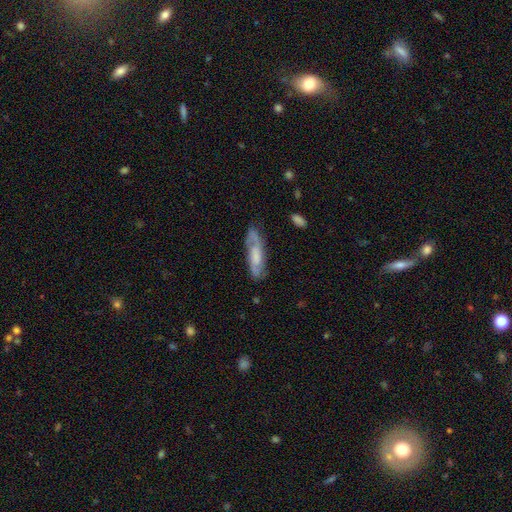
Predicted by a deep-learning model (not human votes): A featured or disk galaxy (60%). Merging: none (73%).